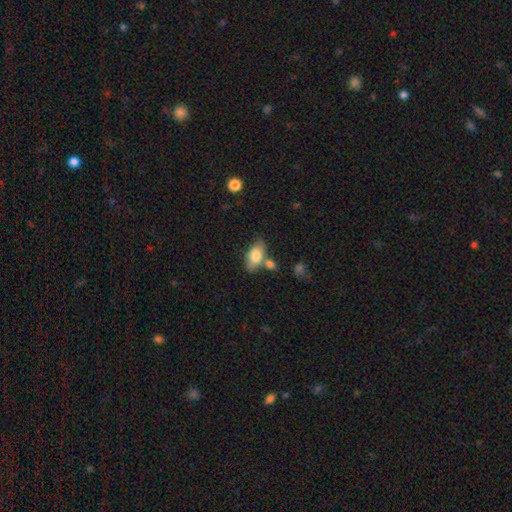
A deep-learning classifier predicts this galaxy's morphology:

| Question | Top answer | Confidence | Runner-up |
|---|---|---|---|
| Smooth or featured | smooth | 78% | featured or disk (16%) |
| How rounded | in between | 91% | cigar-shaped (5%) |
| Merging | none | 58% | merger (20%) |